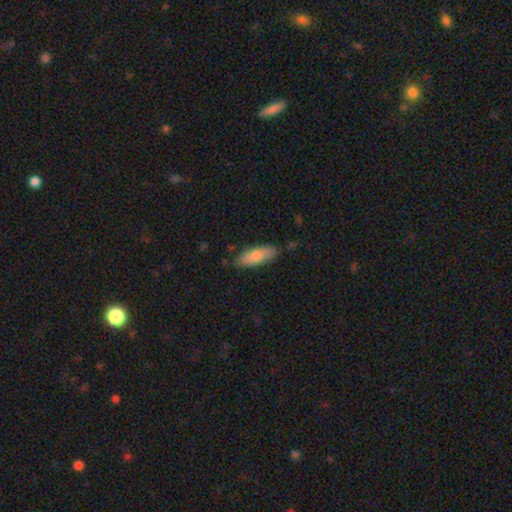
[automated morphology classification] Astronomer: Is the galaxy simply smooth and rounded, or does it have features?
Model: smooth — 79%.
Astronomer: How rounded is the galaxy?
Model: in between — 67%.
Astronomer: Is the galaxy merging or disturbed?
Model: none — 78%.